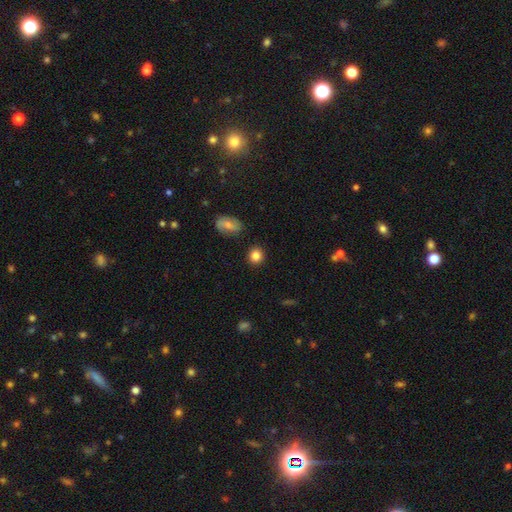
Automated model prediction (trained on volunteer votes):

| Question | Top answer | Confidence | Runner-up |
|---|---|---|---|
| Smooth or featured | smooth | 85% | star or artifact (9%) |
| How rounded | round | 85% | in between (13%) |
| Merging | none | 89% | minor disturbance (7%) |